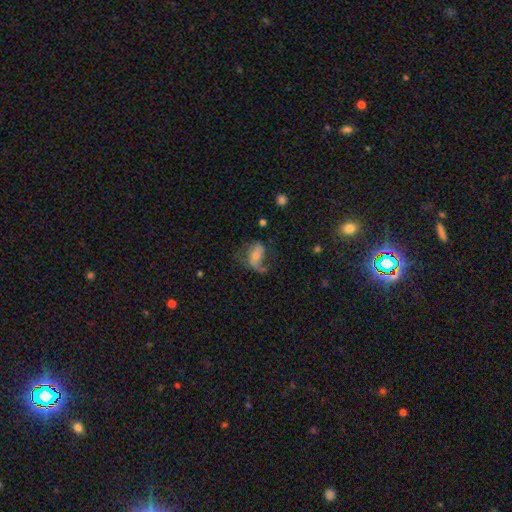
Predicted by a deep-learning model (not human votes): Q: Smooth or featured?
A: featured or disk (63%); runner-up: smooth (27%)
Q: Edge-on disk?
A: no (96%); runner-up: yes (4%)
Q: Bar?
A: no (53%); runner-up: weak (32%)
Q: Spiral arms?
A: yes (82%); runner-up: no (18%)
Q: Bulge size?
A: small (49%); runner-up: moderate (41%)
Q: Merging?
A: none (41%); runner-up: major disturbance (34%)